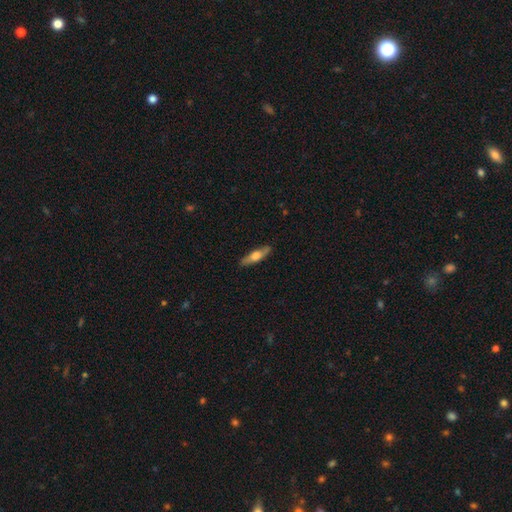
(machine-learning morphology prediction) smooth 50%, featured or disk 44%, star or artifact 6%. Down the decision tree: how rounded — cigar-shaped (73%); merging — none (87%).